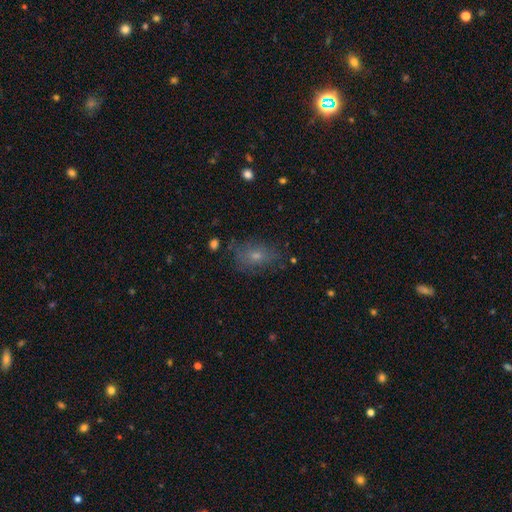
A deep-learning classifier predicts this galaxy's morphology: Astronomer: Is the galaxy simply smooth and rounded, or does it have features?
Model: smooth — 60%.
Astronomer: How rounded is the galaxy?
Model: in between — 73%.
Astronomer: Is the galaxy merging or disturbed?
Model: none — 66%.